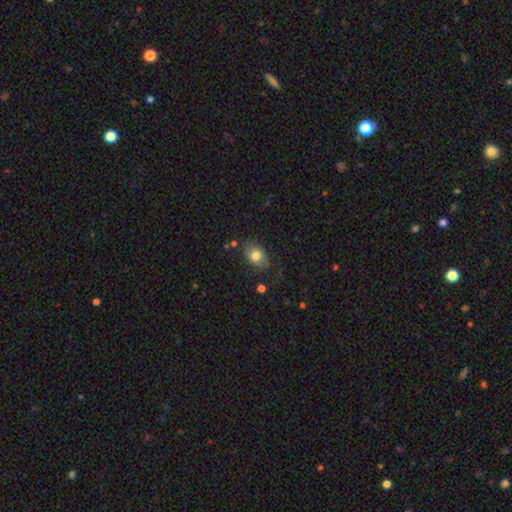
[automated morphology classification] type=smooth (76%); roundness=in between (79%); merging=none (71%).